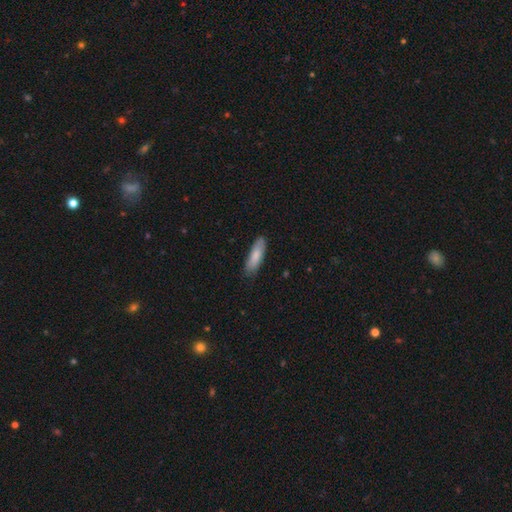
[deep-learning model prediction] Smooth or featured?
  - smooth: 81% *
  - featured or disk: 14%
  - star or artifact: 5%
How rounded?
  - cigar-shaped: 50% *
  - in between: 48%
  - round: 2%
Merging?
  - none: 81% *
  - minor disturbance: 15%
  - major disturbance: 2%
  - merger: 1%